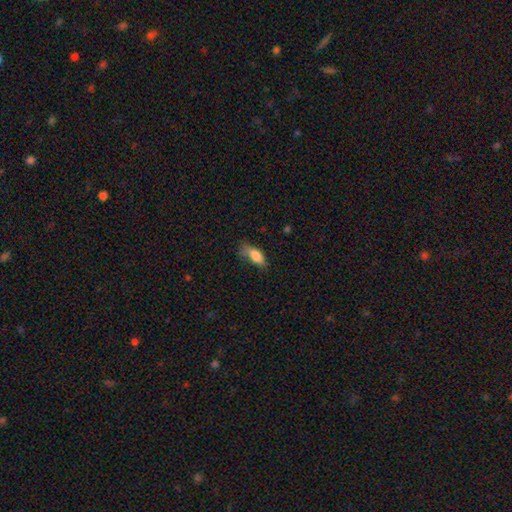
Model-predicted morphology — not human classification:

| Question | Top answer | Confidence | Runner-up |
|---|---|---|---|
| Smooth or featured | smooth | 80% | featured or disk (12%) |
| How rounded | in between | 79% | cigar-shaped (17%) |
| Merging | none | 46% | minor disturbance (35%) |